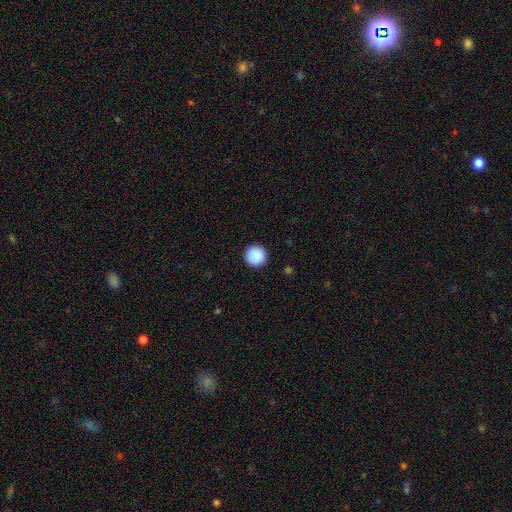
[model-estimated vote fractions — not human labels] Smooth or featured? Predicted: smooth (p=0.90). How rounded? Predicted: round (p=0.96). Merging? Predicted: none (p=0.92).